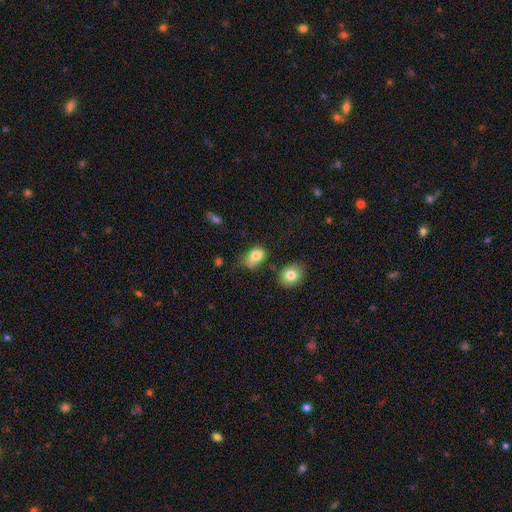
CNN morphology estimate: Smooth or featured? smooth (79%)
How rounded? in between (78%)
Merging? none (41%)